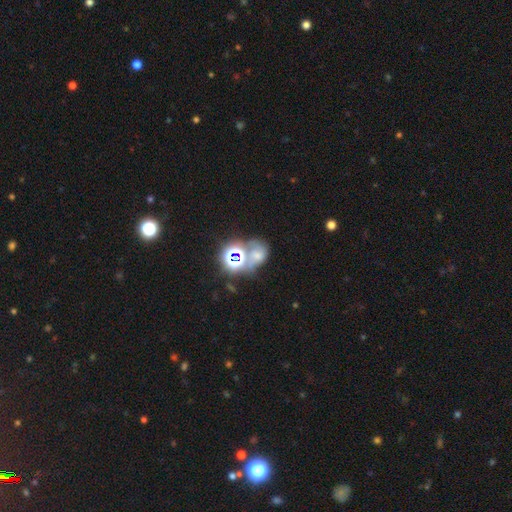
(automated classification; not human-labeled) This appears to be a smooth galaxy with no disk features (39%). Merging: merger (37%).